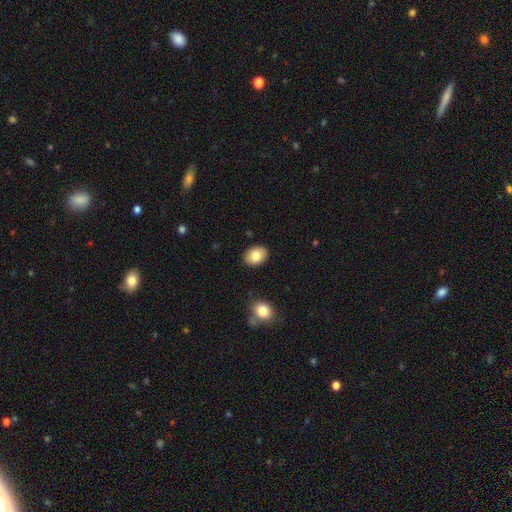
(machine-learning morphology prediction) smooth_or_featured: smooth (p=0.81) [alt: featured or disk p=0.12]
how_rounded: in between (p=0.72) [alt: round p=0.27]
merging: none (p=0.89) [alt: minor disturbance p=0.08]